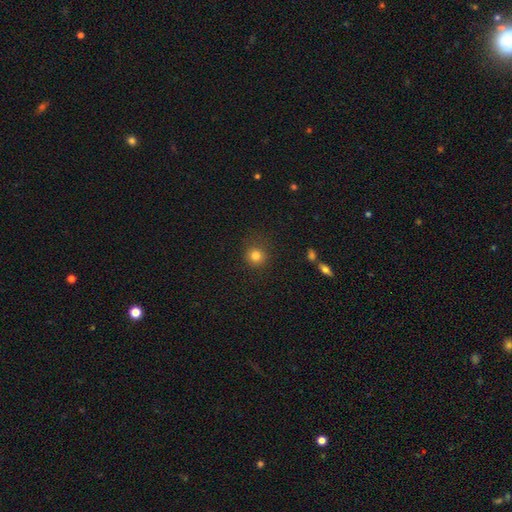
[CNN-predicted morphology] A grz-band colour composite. It shows a smooth galaxy with no disk features (82%) that is round (91%). Merging: none (84%).